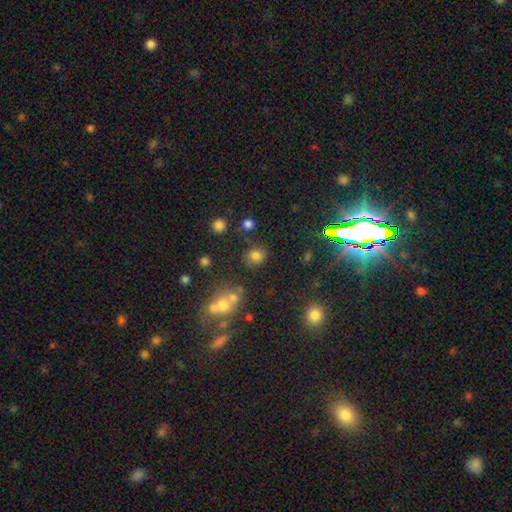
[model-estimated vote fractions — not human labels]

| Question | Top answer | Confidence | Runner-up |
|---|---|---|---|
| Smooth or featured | smooth | 76% | star or artifact (17%) |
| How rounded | round | 68% | in between (31%) |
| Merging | none | 80% | minor disturbance (11%) |